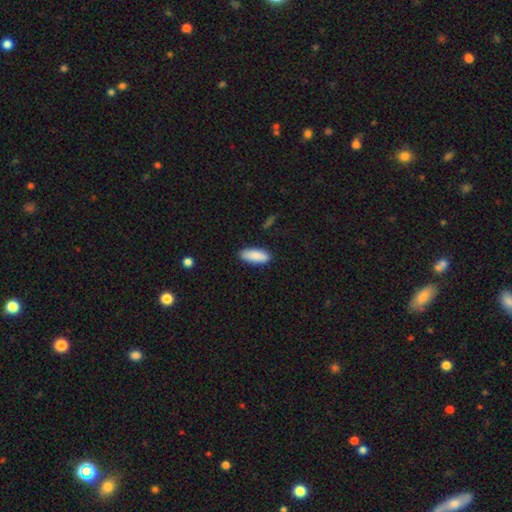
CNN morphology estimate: The model was most divided on "how rounded": in between: 78%, cigar-shaped: 20%, round: 2%. More confident: smooth or featured — smooth (89%); merging — none (87%).